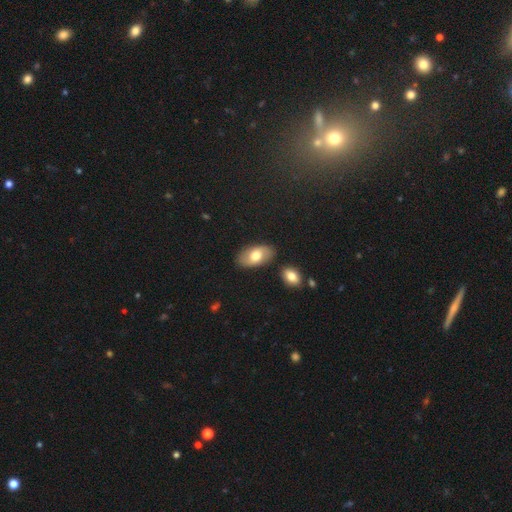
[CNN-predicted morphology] smooth 63%, featured or disk 30%, star or artifact 7%. Down the decision tree: how rounded — in between (93%); merging — none (81%).